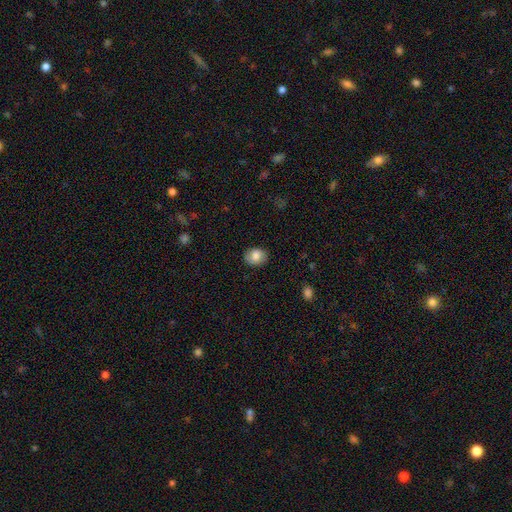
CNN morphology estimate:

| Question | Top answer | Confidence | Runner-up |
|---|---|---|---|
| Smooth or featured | smooth | 82% | featured or disk (11%) |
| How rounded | in between | 51% | round (48%) |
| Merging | none | 84% | minor disturbance (12%) |